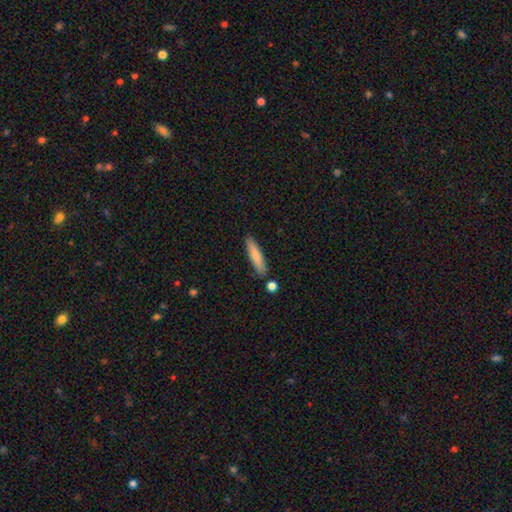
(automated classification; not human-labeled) A smooth galaxy with no disk features (79%) that is cigar-shaped (86%). Merging: none (84%).